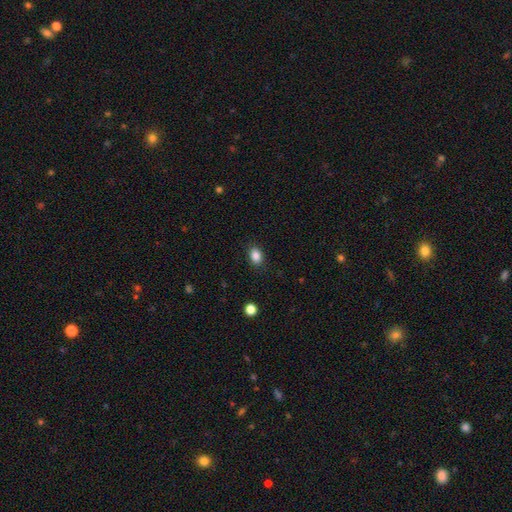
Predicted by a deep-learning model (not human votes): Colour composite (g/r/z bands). It shows a smooth galaxy with no disk features (86%) that is in between round and cigar-shaped (69%). Merging: none (87%).